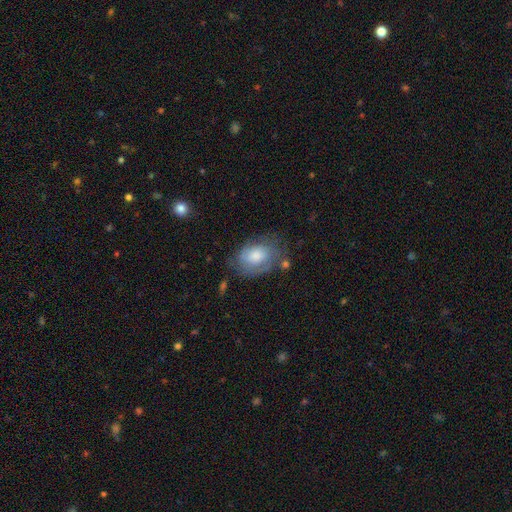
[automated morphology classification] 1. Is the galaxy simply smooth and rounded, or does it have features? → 51% smooth, 41% featured or disk, 8% star or artifact.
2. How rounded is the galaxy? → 77% in between, 22% round, 1% cigar-shaped.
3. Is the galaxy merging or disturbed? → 52% none, 28% minor disturbance, 16% major disturbance, 4% merger.